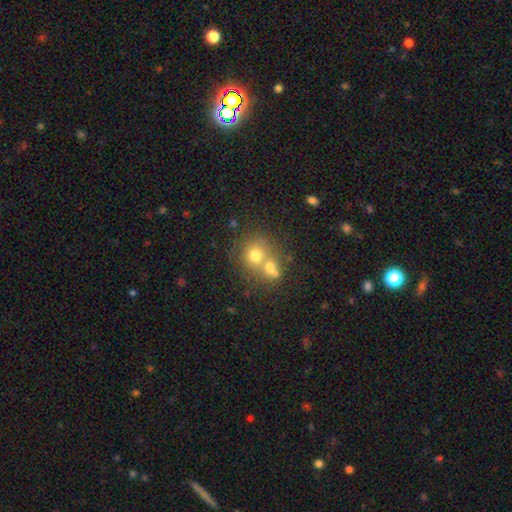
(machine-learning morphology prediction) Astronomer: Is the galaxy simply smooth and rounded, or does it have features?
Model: smooth — 66%.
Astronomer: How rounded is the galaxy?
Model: round — 81%.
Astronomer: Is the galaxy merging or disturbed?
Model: merger — 50% (runner-up: none, 38%).